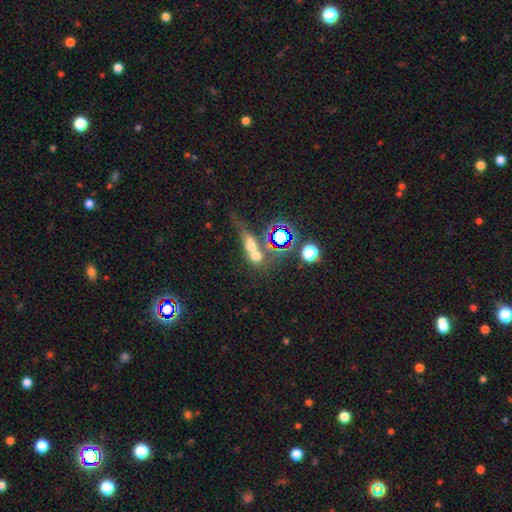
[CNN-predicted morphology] Q: Smooth or featured?
A: smooth (51%); runner-up: star or artifact (27%)
Q: How rounded?
A: round (47%); runner-up: in between (39%)
Q: Merging?
A: merger (51%); runner-up: none (30%)